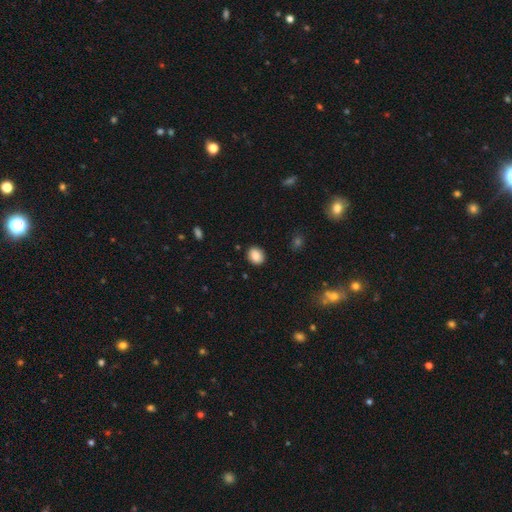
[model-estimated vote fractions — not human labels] Q: Smooth or featured?
A: smooth (85%); runner-up: star or artifact (9%)
Q: How rounded?
A: round (55%); runner-up: in between (44%)
Q: Merging?
A: none (89%); runner-up: minor disturbance (8%)